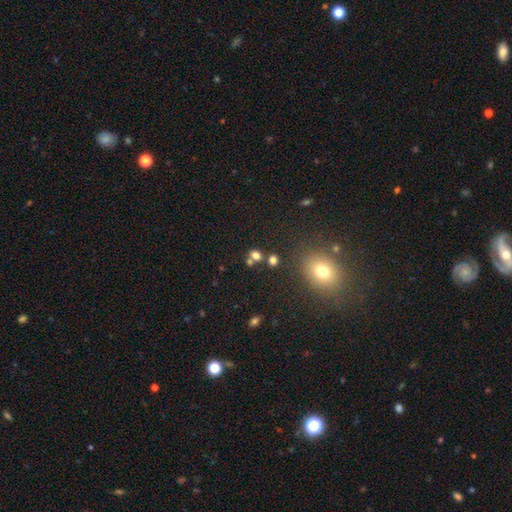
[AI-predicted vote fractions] Morphology: type=smooth (72%); roundness=round (62%); merging=none (59%).